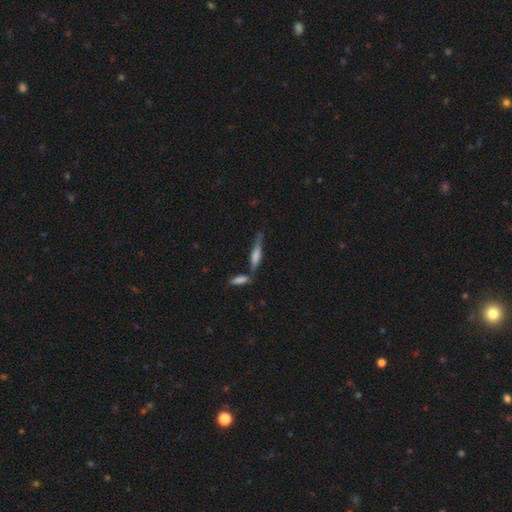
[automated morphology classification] A featured or disk galaxy (46%).

Vote fractions:
- Smooth or featured? featured or disk: 46% / smooth: 43% / star or artifact: 11%
- Merging? none: 57% / merger: 21% / minor disturbance: 15% / major disturbance: 6%